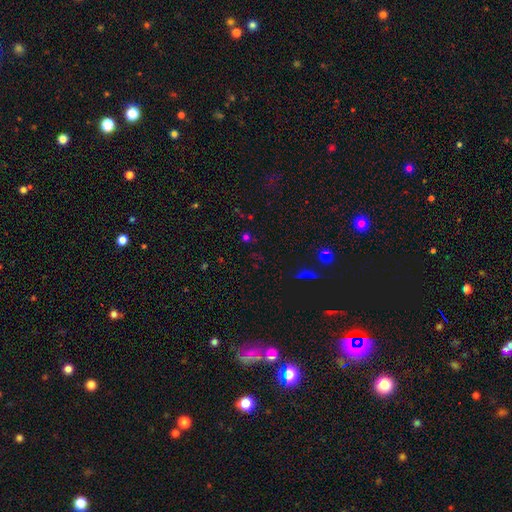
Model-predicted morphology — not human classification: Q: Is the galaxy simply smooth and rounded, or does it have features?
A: star or artifact — 59%.